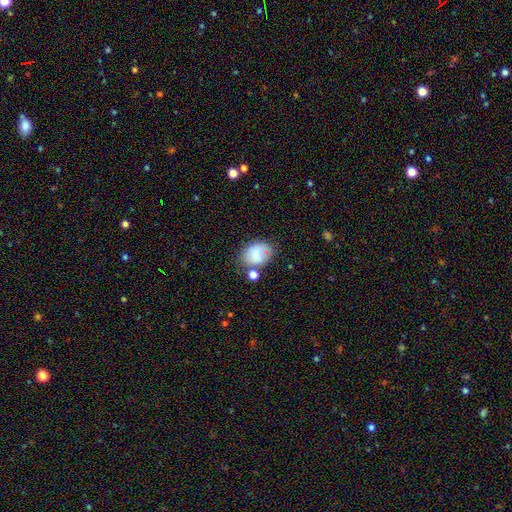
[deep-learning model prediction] Q: Smooth or featured?
A: smooth (75%); runner-up: featured or disk (15%)
Q: How rounded?
A: in between (63%); runner-up: round (36%)
Q: Merging?
A: none (49%); runner-up: minor disturbance (23%)